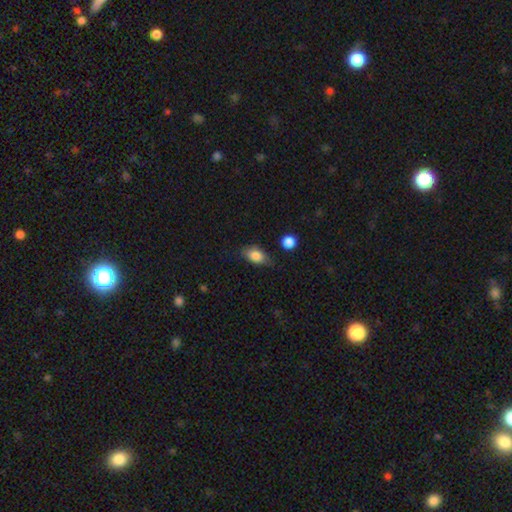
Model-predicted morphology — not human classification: type=smooth (84%); roundness=in between (85%); merging=none (68%).